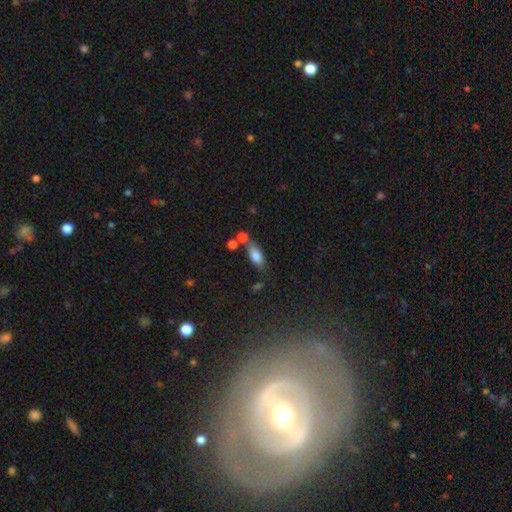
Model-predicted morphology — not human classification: smooth-or-featured: smooth: 76% | featured or disk: 15% | star or artifact: 9%
  how-rounded: in between: 78% | cigar-shaped: 17% | round: 5%
  merging: none: 55% | merger: 21% | minor disturbance: 17% | major disturbance: 6%